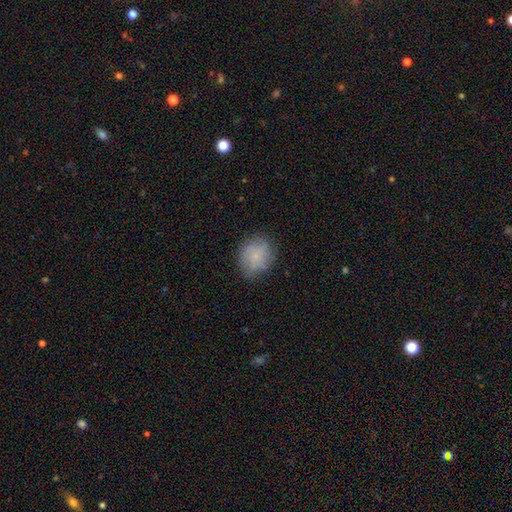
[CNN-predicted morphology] Smooth or featured?
  - smooth: 71% *
  - featured or disk: 20%
  - star or artifact: 9%
How rounded?
  - round: 76% *
  - in between: 23%
  - cigar-shaped: 1%
Merging?
  - none: 74% *
  - minor disturbance: 19%
  - major disturbance: 5%
  - merger: 1%